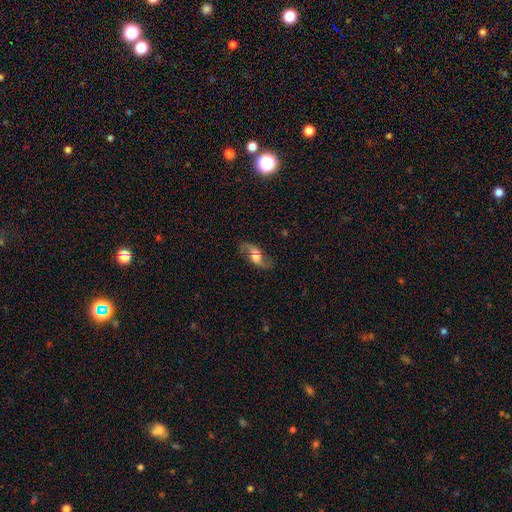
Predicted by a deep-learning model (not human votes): A featured or disk galaxy (76%) with no bar (47%), 2 (92%) loose (73%) spiral arms (93%) and a moderate central bulge (58%). Merging: none (79%).